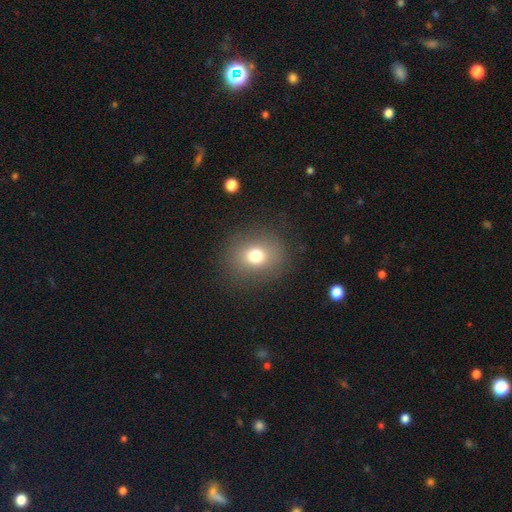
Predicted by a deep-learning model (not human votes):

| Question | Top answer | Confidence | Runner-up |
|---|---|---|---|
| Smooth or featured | smooth | 74% | star or artifact (14%) |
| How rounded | round | 77% | in between (22%) |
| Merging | none | 85% | minor disturbance (8%) |